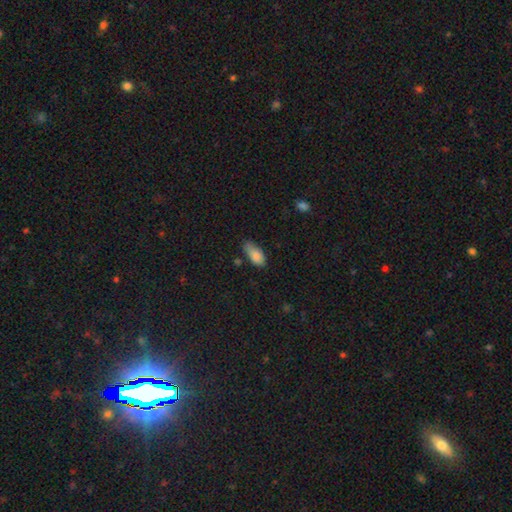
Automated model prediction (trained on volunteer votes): A smooth galaxy with no disk features (85%) that is in between round and cigar-shaped (88%).

Vote fractions:
- Smooth or featured? smooth: 85% / star or artifact: 8% / featured or disk: 8%
- How rounded? in between: 88% / cigar-shaped: 9% / round: 3%
- Merging? none: 53% / minor disturbance: 35% / major disturbance: 8% / merger: 5%